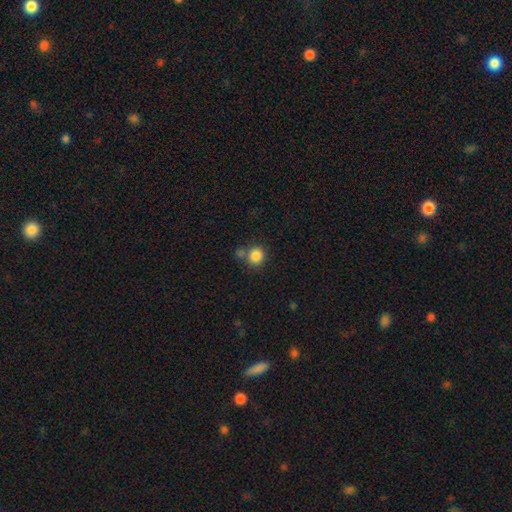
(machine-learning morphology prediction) This is clearly a smooth galaxy (85%). How rounded: clearly round (89%). Merging: likely none (67%).